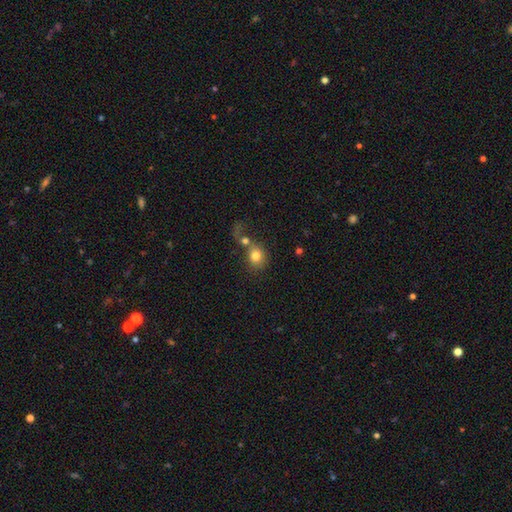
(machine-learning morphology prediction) A smooth galaxy with no disk features (78%) that is round (68%). Merging: merger (47%).